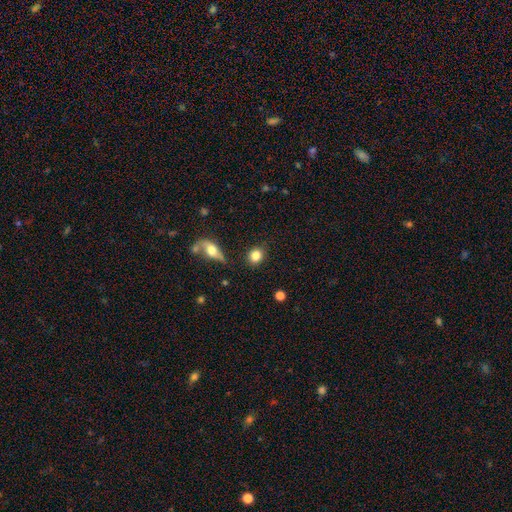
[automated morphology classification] Smooth or featured?
  - smooth: 83% *
  - star or artifact: 9%
  - featured or disk: 8%
How rounded?
  - round: 73% *
  - in between: 25%
  - cigar-shaped: 2%
Merging?
  - none: 83% *
  - minor disturbance: 10%
  - merger: 4%
  - major disturbance: 4%